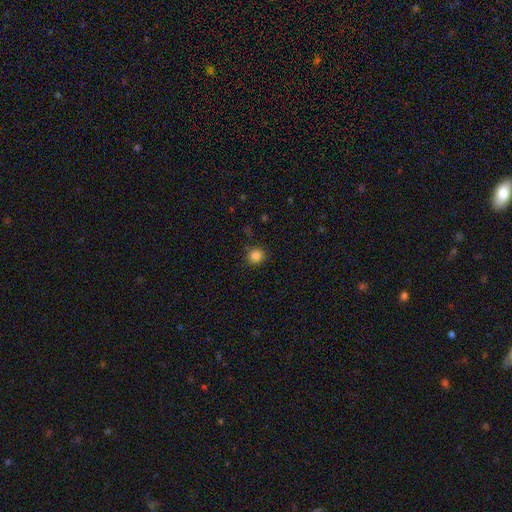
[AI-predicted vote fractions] A smooth galaxy with no disk features (84%) that is round (90%). Merging: none (88%).